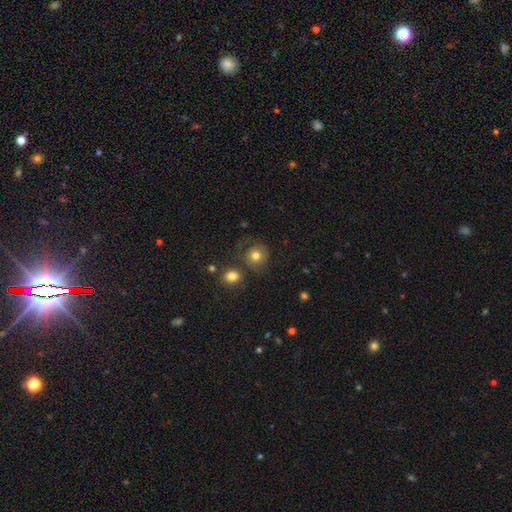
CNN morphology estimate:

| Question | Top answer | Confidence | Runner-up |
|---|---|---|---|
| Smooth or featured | smooth | 77% | featured or disk (12%) |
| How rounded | round | 85% | in between (14%) |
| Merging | none | 66% | minor disturbance (16%) |